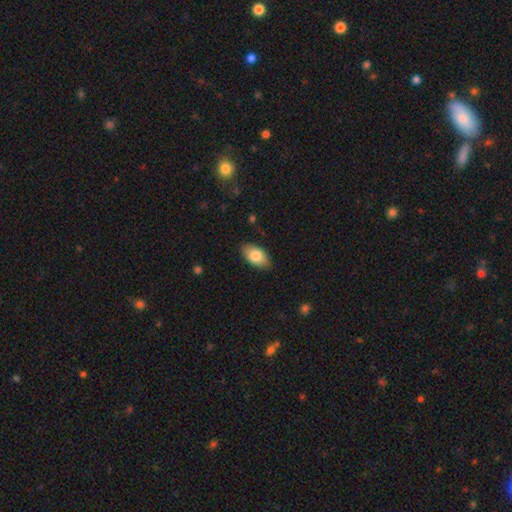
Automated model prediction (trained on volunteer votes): smooth_or_featured: smooth (p=0.81) [alt: featured or disk p=0.13]
how_rounded: in between (p=0.93) [alt: round p=0.04]
merging: none (p=0.85) [alt: minor disturbance p=0.11]